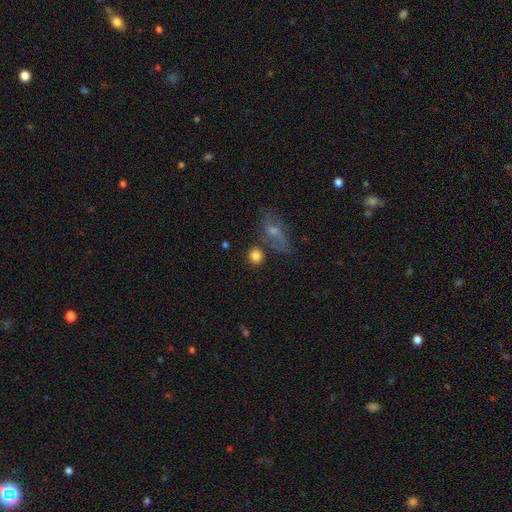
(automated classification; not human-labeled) Smooth or featured? Predicted: smooth (p=0.81). How rounded? Predicted: round (p=0.76). Merging? Predicted: none (p=0.70).